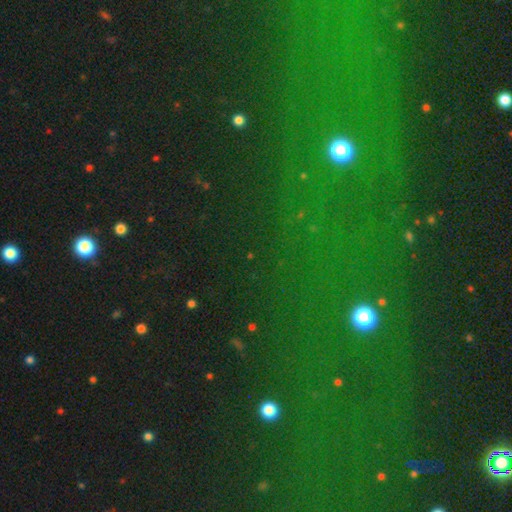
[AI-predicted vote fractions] This appears to be a star or artifact, not a galaxy (76%).